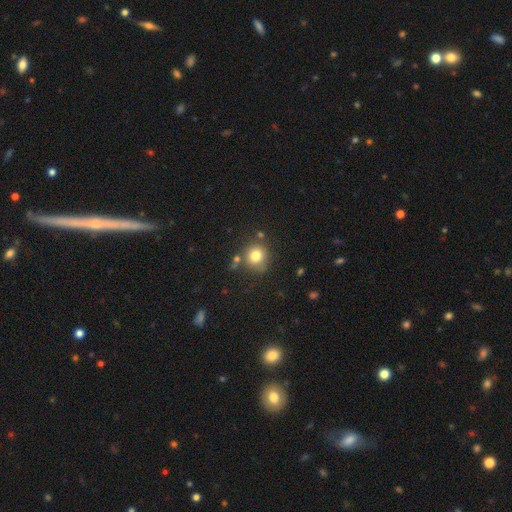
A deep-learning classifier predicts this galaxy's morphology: This appears to be a smooth galaxy with no disk features (78%) that is round (87%). Merging: none (73%).